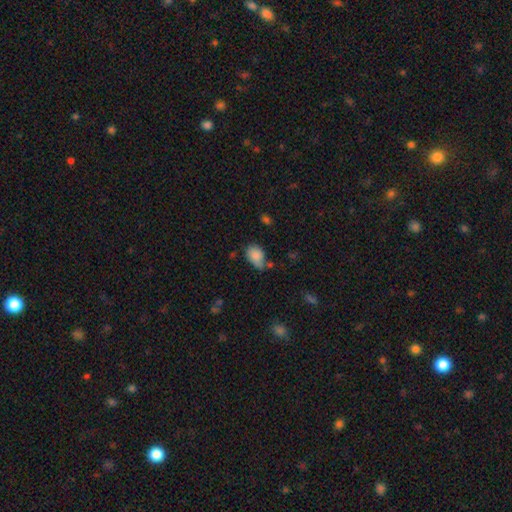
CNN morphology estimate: Smooth or featured?
  - smooth: 83% *
  - star or artifact: 9%
  - featured or disk: 8%
How rounded?
  - in between: 75% *
  - round: 24%
  - cigar-shaped: 1%
Merging?
  - none: 44% *
  - minor disturbance: 35%
  - merger: 11%
  - major disturbance: 10%